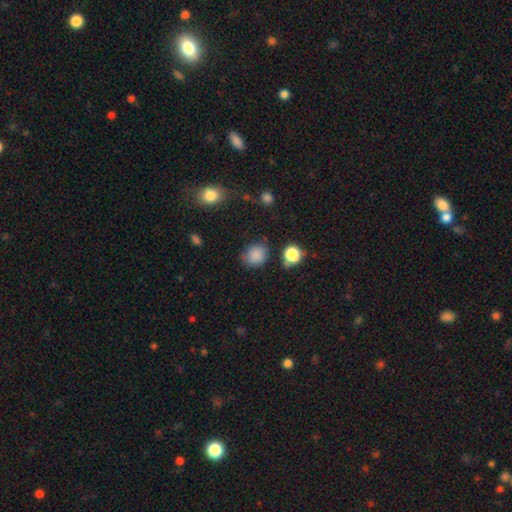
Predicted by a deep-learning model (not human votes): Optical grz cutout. It shows a smooth galaxy with no disk features (84%) that is round (73%). Merging: none (72%).